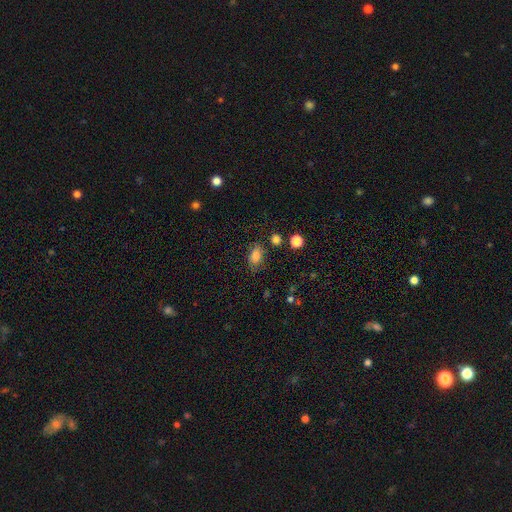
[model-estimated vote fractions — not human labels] Q: Smooth or featured?
A: smooth (81%); runner-up: star or artifact (12%)
Q: How rounded?
A: in between (81%); runner-up: round (17%)
Q: Merging?
A: none (73%); runner-up: minor disturbance (17%)